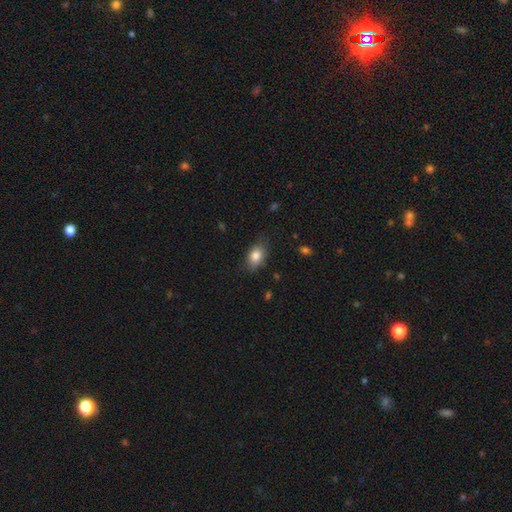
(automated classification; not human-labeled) The model was most divided on "merging": none: 76%, minor disturbance: 19%, major disturbance: 4%, merger: 1%. More confident: how rounded — in between (84%); smooth or featured — smooth (83%).